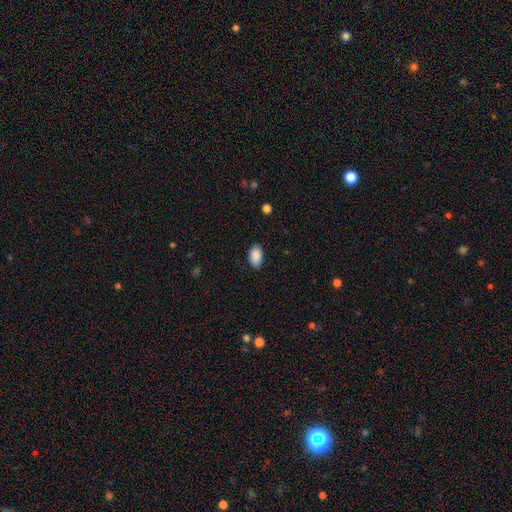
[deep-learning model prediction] Morphology: type=smooth (90%); roundness=in between (93%); merging=none (85%).